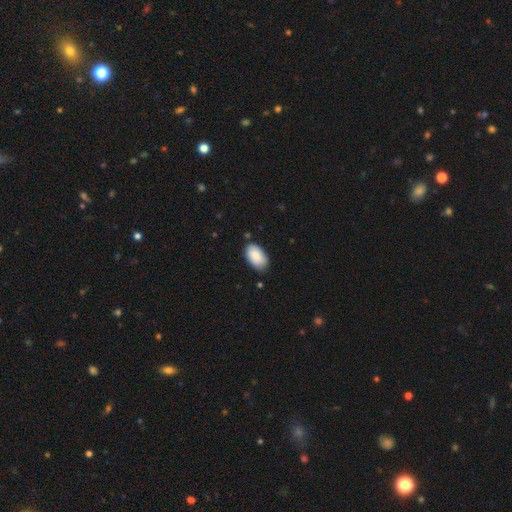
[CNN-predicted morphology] A smooth galaxy with no disk features (87%) that is in between round and cigar-shaped (95%). Merging: none (79%).